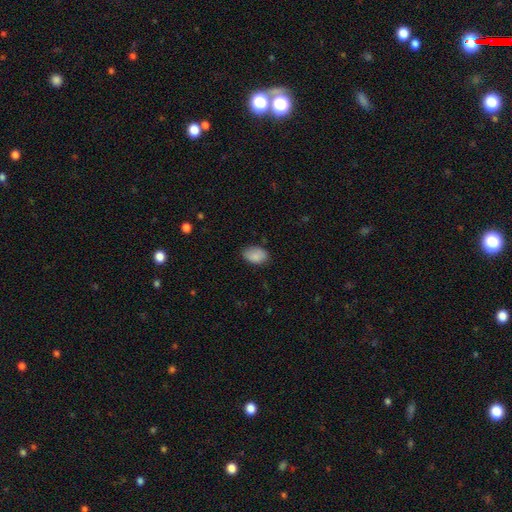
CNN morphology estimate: Smooth or featured? smooth (87%)
How rounded? in between (89%)
Merging? none (76%)